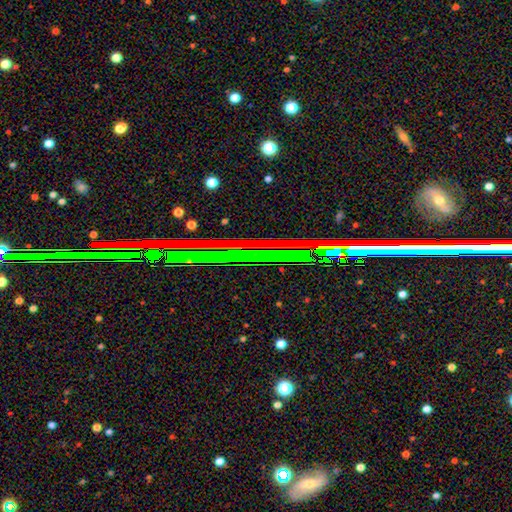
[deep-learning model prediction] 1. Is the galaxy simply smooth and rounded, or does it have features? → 74% star or artifact, 16% featured or disk, 10% smooth.